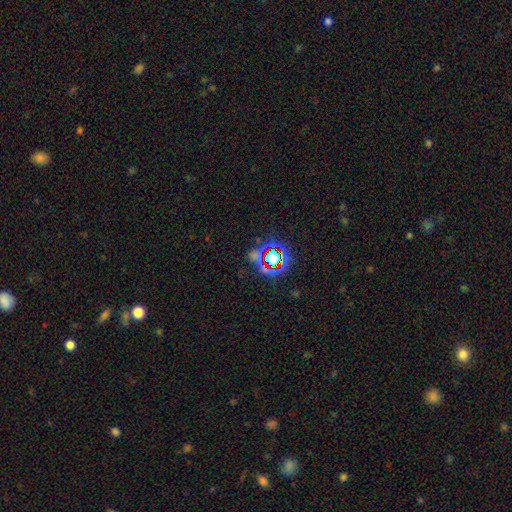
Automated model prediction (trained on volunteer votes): smooth-or-featured: star or artifact: 71% | smooth: 19% | featured or disk: 10%